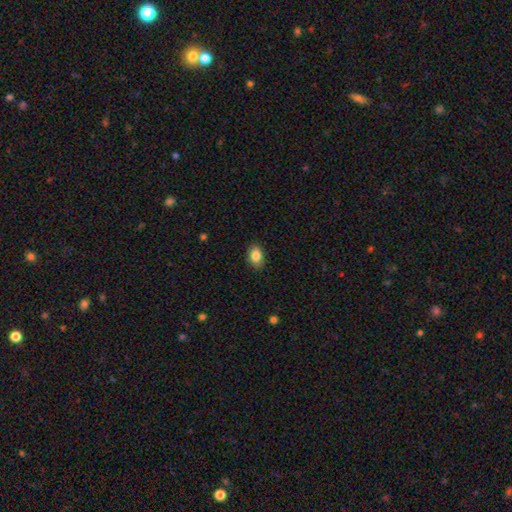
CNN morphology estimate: Smooth or featured? Predicted: smooth (p=0.85). How rounded? Predicted: in between (p=0.80). Merging? Predicted: none (p=0.88).